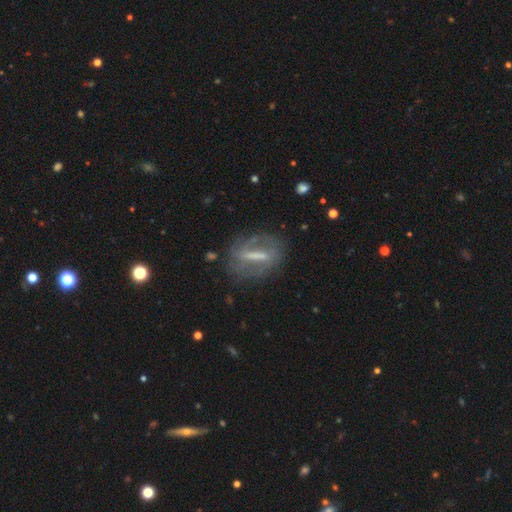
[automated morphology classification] Smooth or featured: featured or disk — 68% (smooth — 22%)
Edge-on disk: no — 77% (yes — 23%)
Bar: strong — 71% (weak — 22%)
Spiral arms: yes — 51% (no — 49%)
Bulge size: none — 34% (small — 31%)
Merging: none — 74% (minor disturbance — 15%)